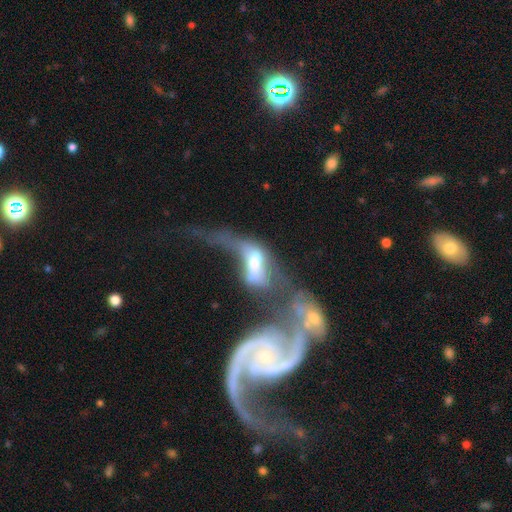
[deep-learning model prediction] A featured or disk galaxy (54%). Merging: merger (52%).